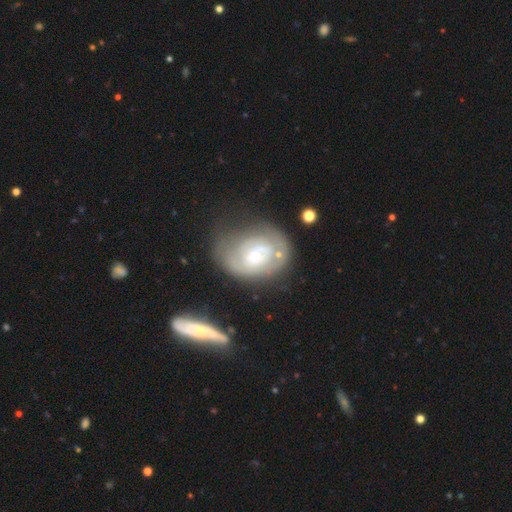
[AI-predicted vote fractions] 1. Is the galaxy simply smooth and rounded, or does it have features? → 71% featured or disk, 23% smooth, 6% star or artifact.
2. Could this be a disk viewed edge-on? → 96% no, 4% yes.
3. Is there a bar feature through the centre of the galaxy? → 74% no, 22% weak, 4% strong.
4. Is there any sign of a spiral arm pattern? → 71% yes, 29% no.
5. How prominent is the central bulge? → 63% small, 31% moderate, 3% large, 2% none, 1% dominant.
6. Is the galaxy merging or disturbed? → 50% none, 24% minor disturbance, 17% major disturbance, 8% merger.